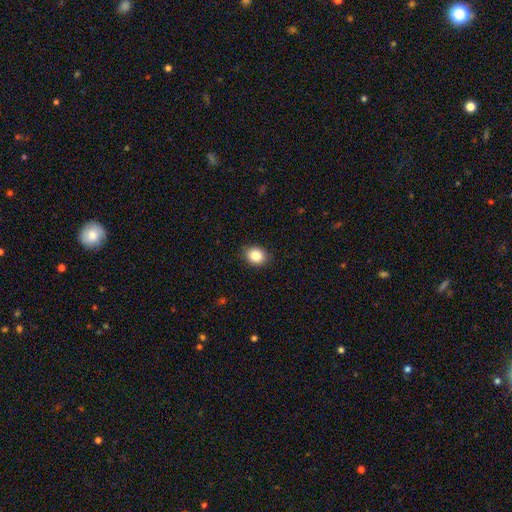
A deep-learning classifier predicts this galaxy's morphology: The model was most divided on "how rounded": round: 55%, in between: 44%, cigar-shaped: 1%. More confident: merging — none (89%); smooth or featured — smooth (86%).